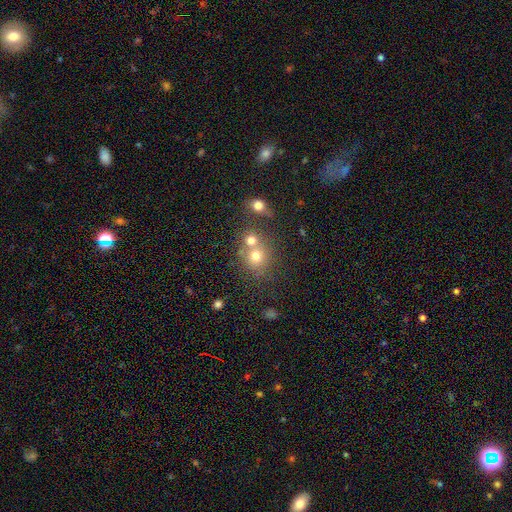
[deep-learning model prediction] This appears to be a smooth galaxy with no disk features (71%) that is round (82%). Merging: none (48%).